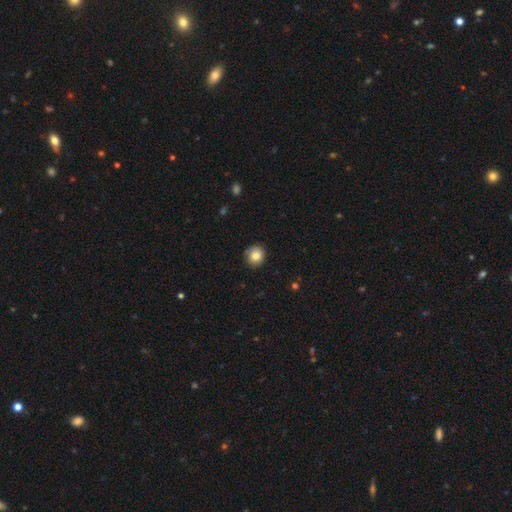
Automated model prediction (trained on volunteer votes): The model was most divided on "smooth or featured": smooth: 83%, star or artifact: 10%, featured or disk: 8%. More confident: merging — none (88%); how rounded — round (87%).